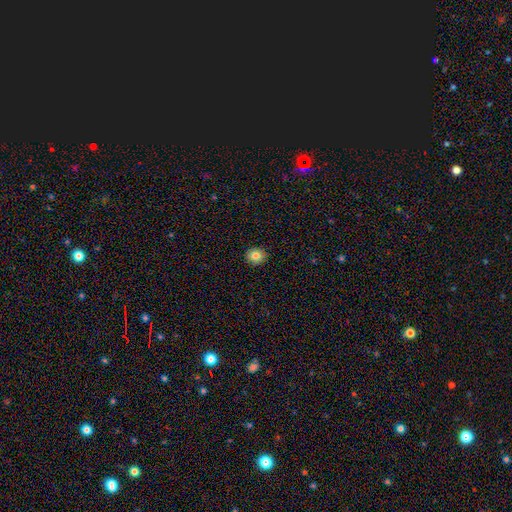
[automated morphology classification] This appears to be a smooth galaxy with no disk features (82%) that is round (83%). Merging: none (91%).